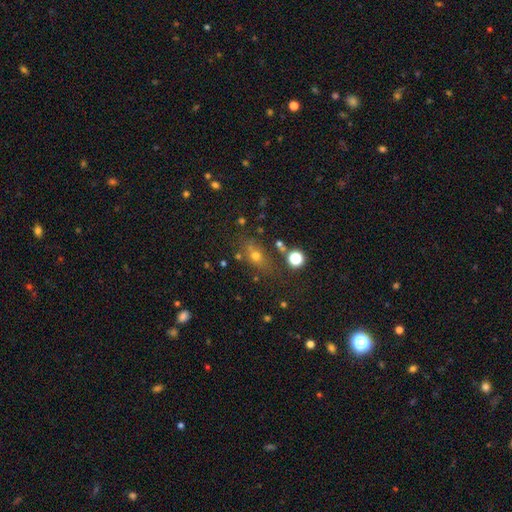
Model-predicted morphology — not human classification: A smooth galaxy with no disk features (61%) that is in between round and cigar-shaped (57%).

Vote fractions:
- Smooth or featured? smooth: 61% / star or artifact: 21% / featured or disk: 17%
- How rounded? in between: 57% / round: 34% / cigar-shaped: 9%
- Merging? none: 68% / minor disturbance: 15% / merger: 10% / major disturbance: 7%